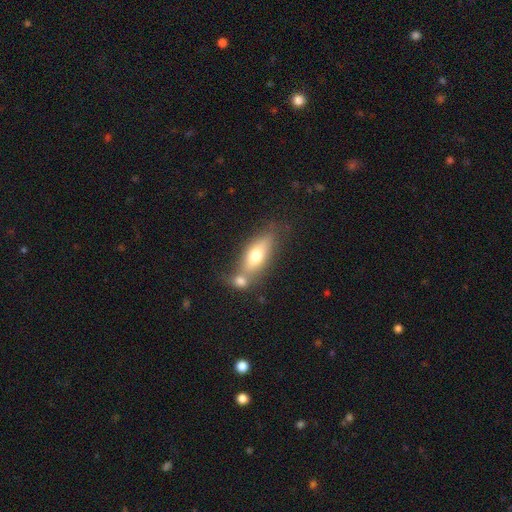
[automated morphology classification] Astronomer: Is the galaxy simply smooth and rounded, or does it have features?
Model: smooth — 62%.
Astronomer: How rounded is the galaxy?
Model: in between — 71%.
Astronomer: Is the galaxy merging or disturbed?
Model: none — 42% (runner-up: merger, 40%).